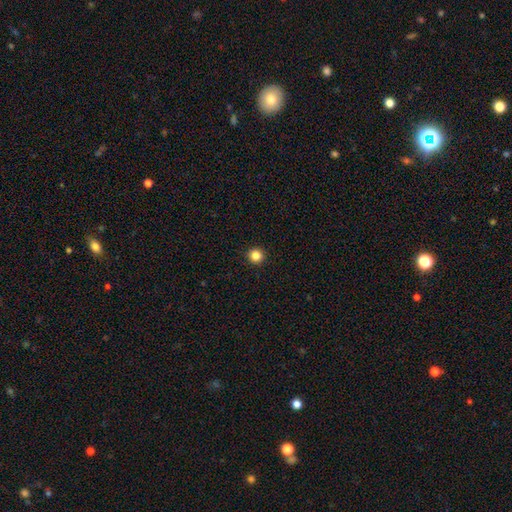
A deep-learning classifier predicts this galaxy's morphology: Smooth or featured: smooth — 85% (star or artifact — 11%)
How rounded: round — 96% (in between — 3%)
Merging: none — 94% (minor disturbance — 4%)